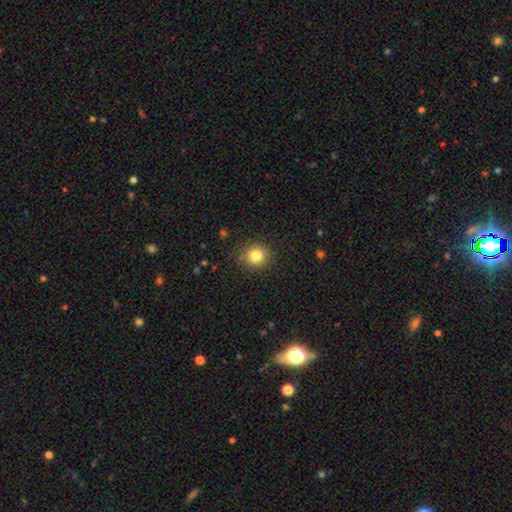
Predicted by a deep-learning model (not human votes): A smooth galaxy with no disk features (82%) that is round (88%). Merging: none (87%).